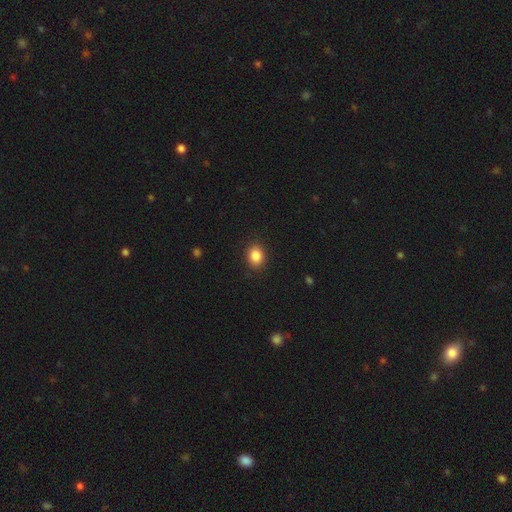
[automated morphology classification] Q: Smooth or featured?
A: smooth (86%); runner-up: star or artifact (9%)
Q: How rounded?
A: round (54%); runner-up: in between (45%)
Q: Merging?
A: none (89%); runner-up: minor disturbance (8%)